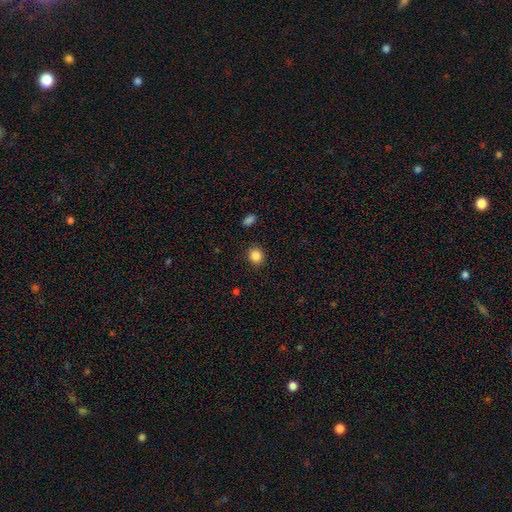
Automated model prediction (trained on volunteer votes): Smooth or featured: smooth — 86% (star or artifact — 10%)
How rounded: round — 83% (in between — 16%)
Merging: none — 90% (minor disturbance — 7%)